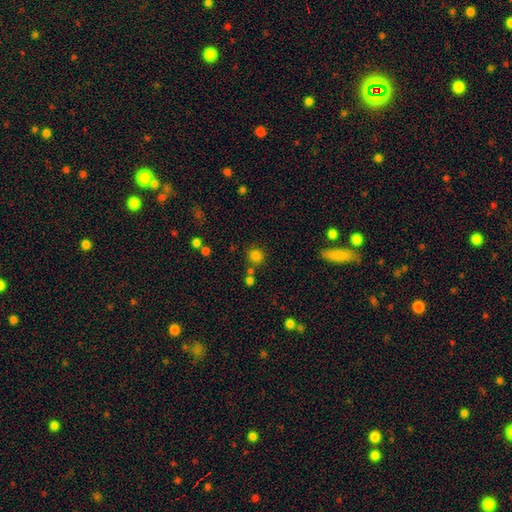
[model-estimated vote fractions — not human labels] This appears to be a smooth galaxy with no disk features (79%) that is round (88%). Merging: none (74%).